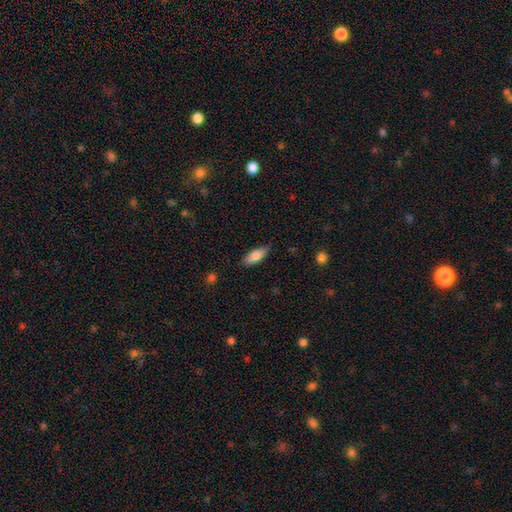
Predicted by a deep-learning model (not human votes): Smooth or featured: smooth — 84% (featured or disk — 9%)
How rounded: in between — 78% (cigar-shaped — 21%)
Merging: none — 79% (minor disturbance — 17%)